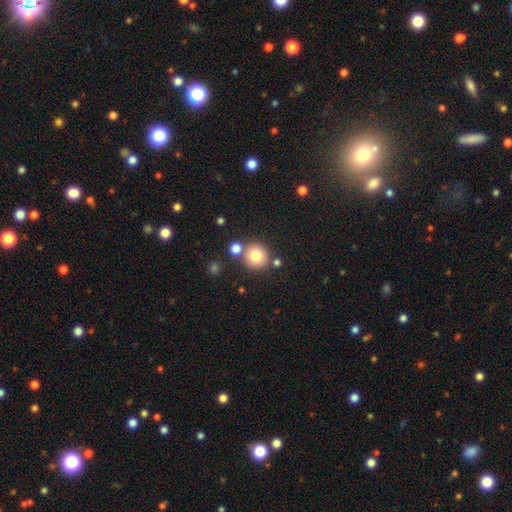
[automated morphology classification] smooth 78%, star or artifact 11%, featured or disk 10%. Down the decision tree: how rounded — round (92%); merging — none (74%).